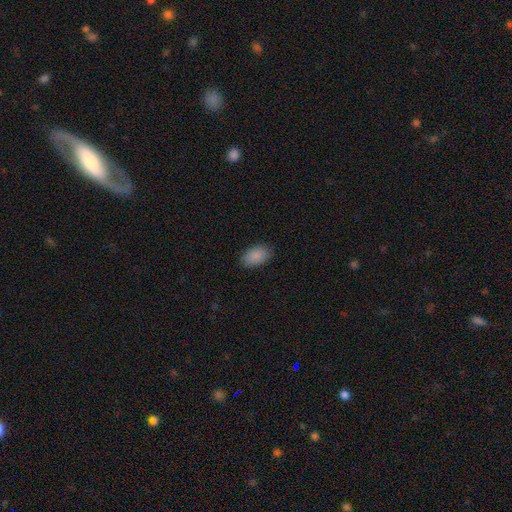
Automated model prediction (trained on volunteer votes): A smooth galaxy with no disk features (89%) that is in between round and cigar-shaped (93%).

Vote fractions:
- Smooth or featured? smooth: 89% / star or artifact: 7% / featured or disk: 4%
- How rounded? in between: 93% / round: 6% / cigar-shaped: 1%
- Merging? none: 86% / minor disturbance: 11% / major disturbance: 2% / merger: 1%